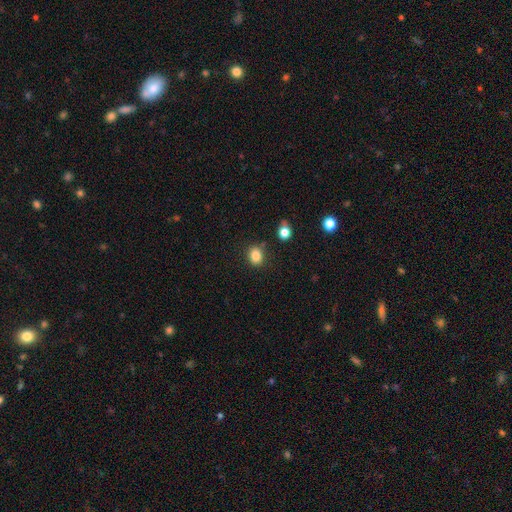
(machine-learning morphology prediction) smooth-or-featured: smooth: 84% | star or artifact: 11% | featured or disk: 5%
  how-rounded: round: 52% | in between: 47% | cigar-shaped: 1%
  merging: none: 80% | minor disturbance: 11% | merger: 5% | major disturbance: 3%